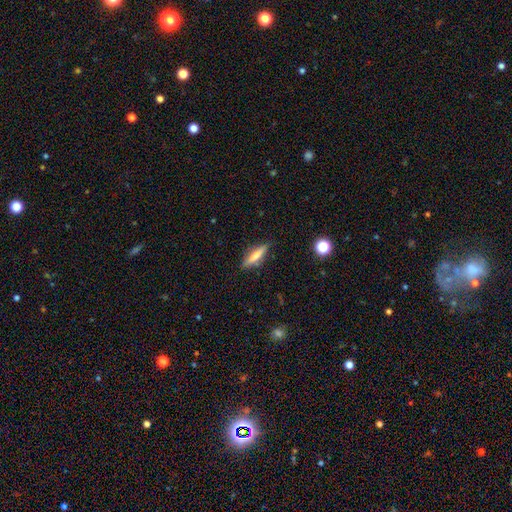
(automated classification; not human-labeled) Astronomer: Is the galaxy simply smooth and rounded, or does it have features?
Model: smooth — 55% (runner-up: featured or disk, 37%).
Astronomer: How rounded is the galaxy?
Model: cigar-shaped — 77%.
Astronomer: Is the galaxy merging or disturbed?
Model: none — 85%.